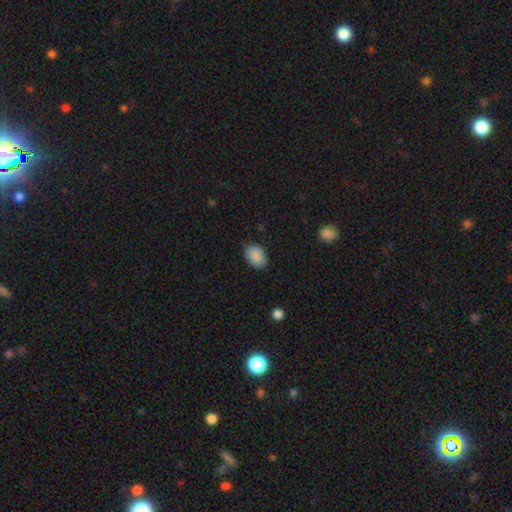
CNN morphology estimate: type=smooth (89%); roundness=in between (75%); merging=none (82%).